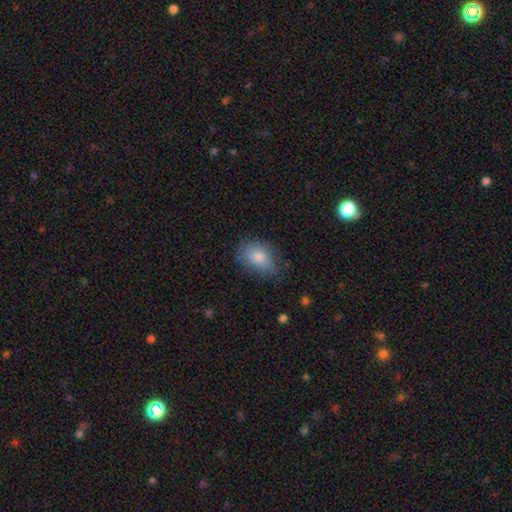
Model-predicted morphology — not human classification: The model was most divided on "merging": none: 68%, minor disturbance: 25%, major disturbance: 6%, merger: 1%. More confident: how rounded — in between (82%); smooth or featured — smooth (77%).